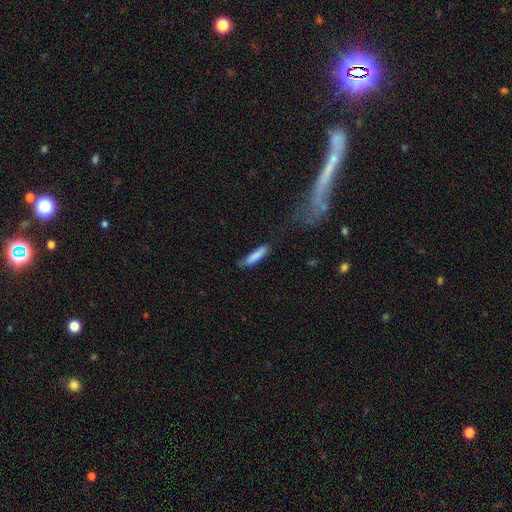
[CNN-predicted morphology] The model was most divided on "merging": none: 71%, minor disturbance: 22%, major disturbance: 5%, merger: 2%. More confident: smooth or featured — smooth (83%); how rounded — cigar-shaped (81%).